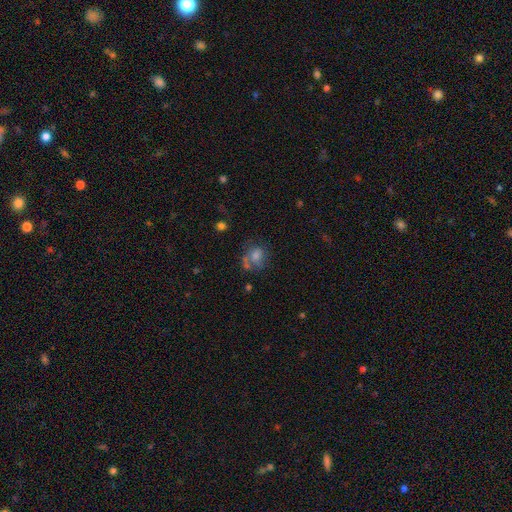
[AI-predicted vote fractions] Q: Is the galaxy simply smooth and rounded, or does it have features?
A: smooth — 61%.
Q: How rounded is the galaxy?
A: round — 60%.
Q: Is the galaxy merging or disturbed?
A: none — 42%.